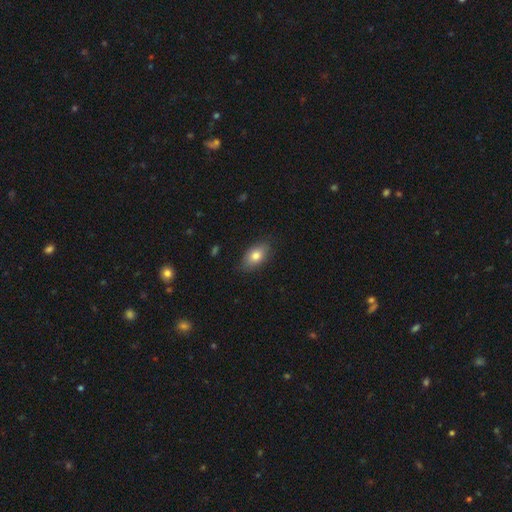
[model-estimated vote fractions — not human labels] This is likely a smooth galaxy (79%). How rounded: clearly in between (90%). Merging: clearly none (82%).